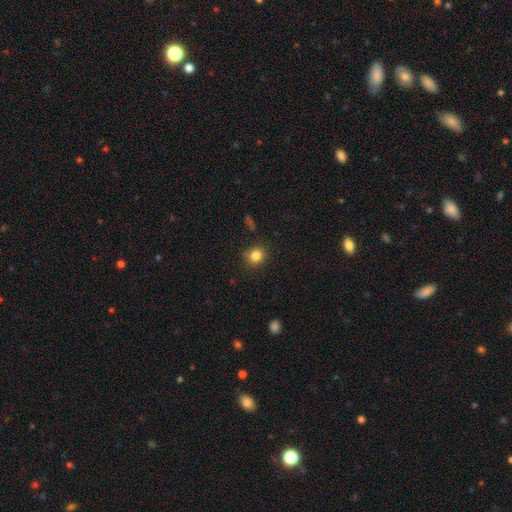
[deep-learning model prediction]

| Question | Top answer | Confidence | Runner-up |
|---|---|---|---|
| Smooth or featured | smooth | 83% | star or artifact (11%) |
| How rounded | round | 78% | in between (21%) |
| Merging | none | 84% | minor disturbance (11%) |